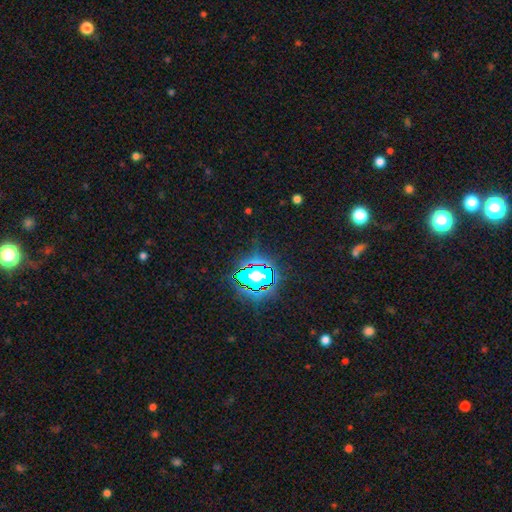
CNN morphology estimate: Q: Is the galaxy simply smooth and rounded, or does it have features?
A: star or artifact — 82%.